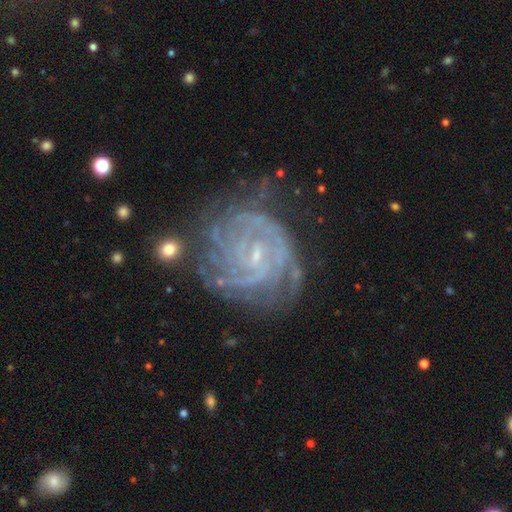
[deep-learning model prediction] Smooth or featured? Predicted: featured or disk (p=0.88). Edge-on disk? Predicted: no (p=0.98). Bar? Predicted: weak (p=0.47). Spiral arms? Predicted: yes (p=0.97). Spiral winding? Predicted: tight (p=0.77). Spiral arm count? Predicted: can't tell (p=0.28). Bulge size? Predicted: small (p=0.80). Merging? Predicted: none (p=0.64).